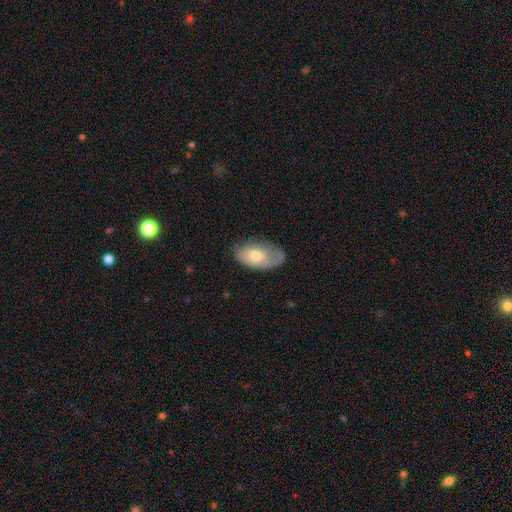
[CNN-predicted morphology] This is likely a smooth galaxy (64%). How rounded: clearly in between (93%). Merging: possibly none (54%).